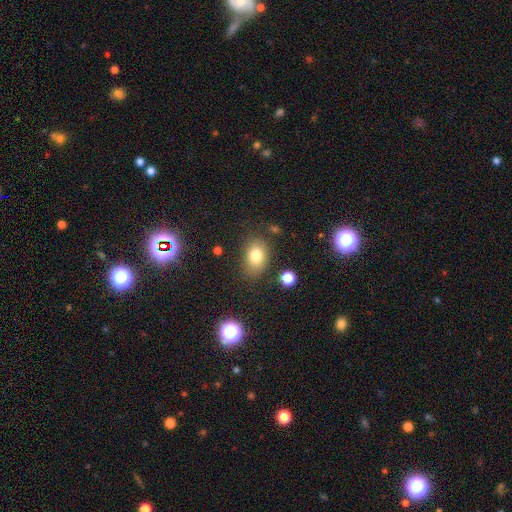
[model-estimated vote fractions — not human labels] This is likely a smooth galaxy (79%). How rounded: likely in between (76%). Merging: likely none (76%).